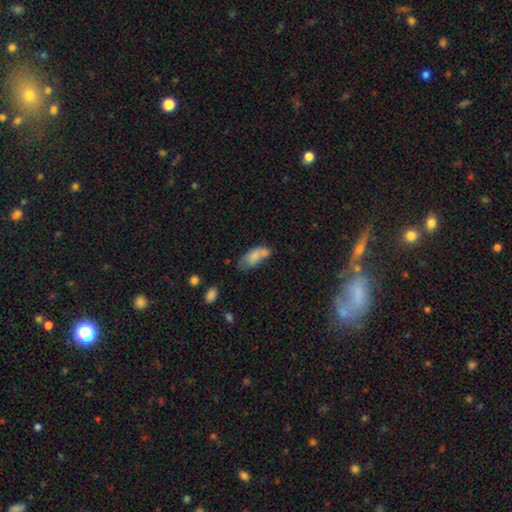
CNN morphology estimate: The model was most divided on "merging": none: 34%, merger: 28%, minor disturbance: 25%, major disturbance: 13%. More confident: how rounded — in between (86%); smooth or featured — smooth (75%).